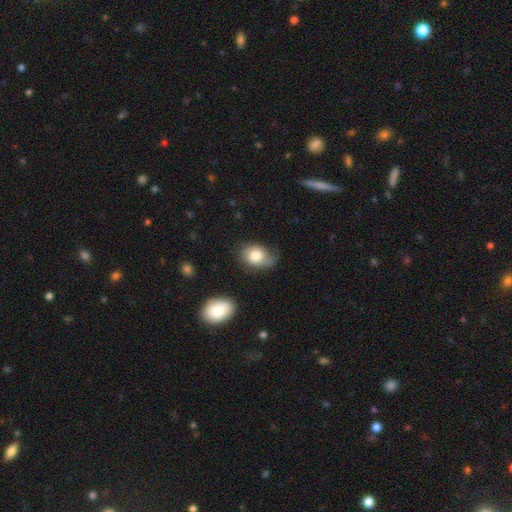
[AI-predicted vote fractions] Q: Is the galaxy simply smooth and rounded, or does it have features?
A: smooth — 75%.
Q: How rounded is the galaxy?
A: in between — 59%.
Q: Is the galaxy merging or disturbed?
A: none — 44%.